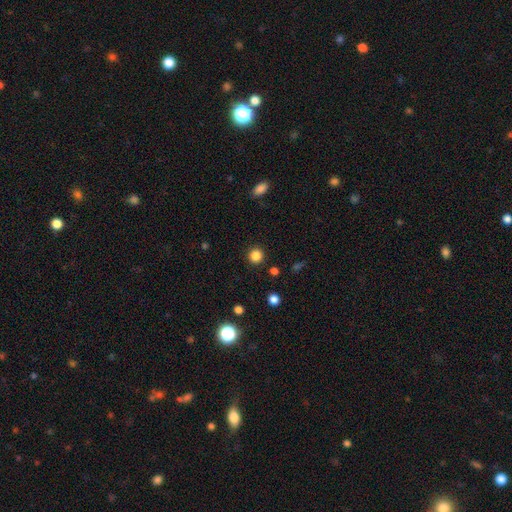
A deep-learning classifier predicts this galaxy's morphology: Smooth or featured?
  - smooth: 84% *
  - star or artifact: 12%
  - featured or disk: 3%
How rounded?
  - round: 94% *
  - in between: 5%
  - cigar-shaped: 1%
Merging?
  - none: 91% *
  - minor disturbance: 5%
  - major disturbance: 2%
  - merger: 2%